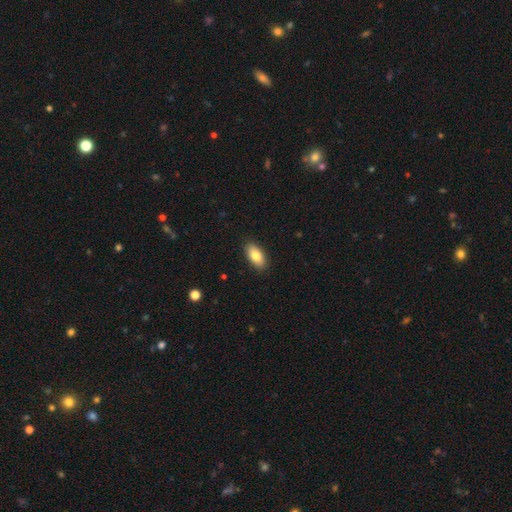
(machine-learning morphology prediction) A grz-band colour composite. It shows a smooth galaxy with no disk features (83%) that is in between round and cigar-shaped (91%). Merging: none (89%).